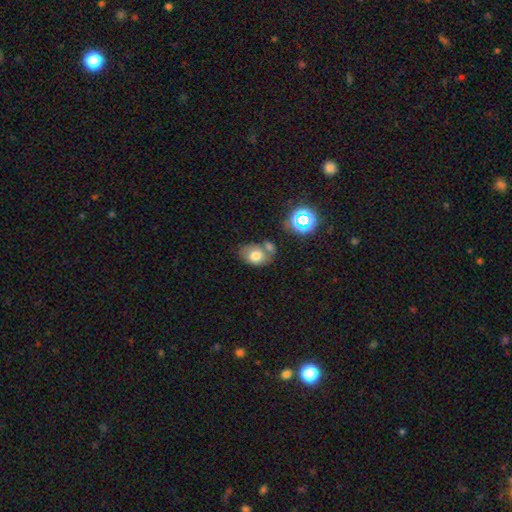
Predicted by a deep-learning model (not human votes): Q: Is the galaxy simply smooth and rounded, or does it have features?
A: smooth — 71%.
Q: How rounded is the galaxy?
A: in between — 73%.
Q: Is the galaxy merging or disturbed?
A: none — 47%.